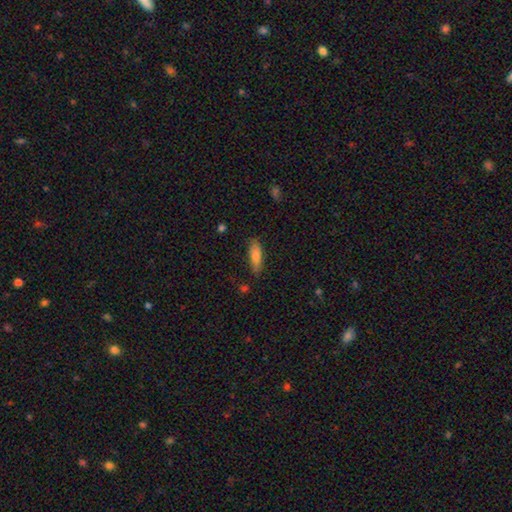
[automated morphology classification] Smooth or featured: smooth — 75% (featured or disk — 17%)
How rounded: in between — 50% (cigar-shaped — 48%)
Merging: none — 81% (minor disturbance — 15%)